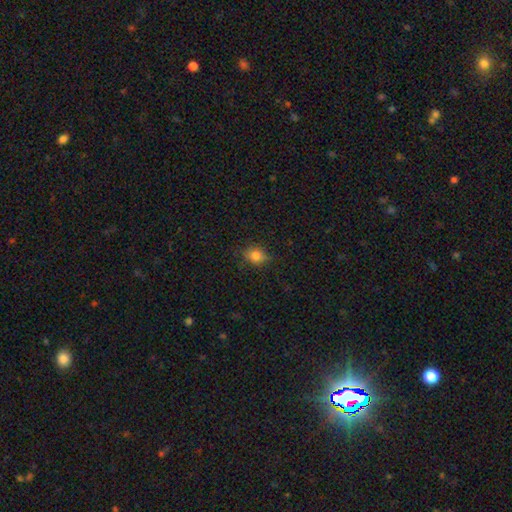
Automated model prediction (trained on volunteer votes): This appears to be a smooth galaxy with no disk features (81%) that is round (57%). Merging: none (78%).